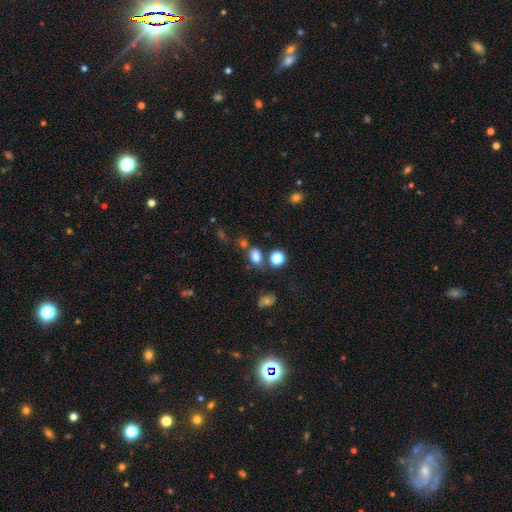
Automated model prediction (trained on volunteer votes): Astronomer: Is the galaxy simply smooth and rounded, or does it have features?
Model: smooth — 78%.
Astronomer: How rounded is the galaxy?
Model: in between — 73%.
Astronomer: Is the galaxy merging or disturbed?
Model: none — 62%.